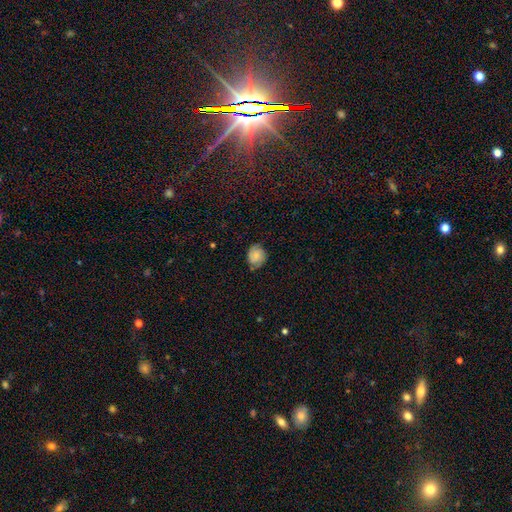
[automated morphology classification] A smooth galaxy with no disk features (59%) that is round (65%).

Vote fractions:
- Smooth or featured? smooth: 59% / featured or disk: 32% / star or artifact: 10%
- How rounded? round: 65% / in between: 34% / cigar-shaped: 1%
- Merging? none: 66% / minor disturbance: 26% / major disturbance: 6% / merger: 2%